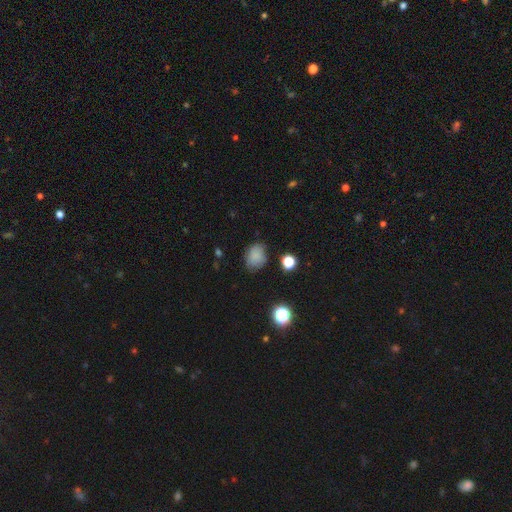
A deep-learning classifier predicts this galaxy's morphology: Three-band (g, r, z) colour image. It shows a smooth galaxy with no disk features (82%) that is in between round and cigar-shaped (51%). Merging: none (73%).